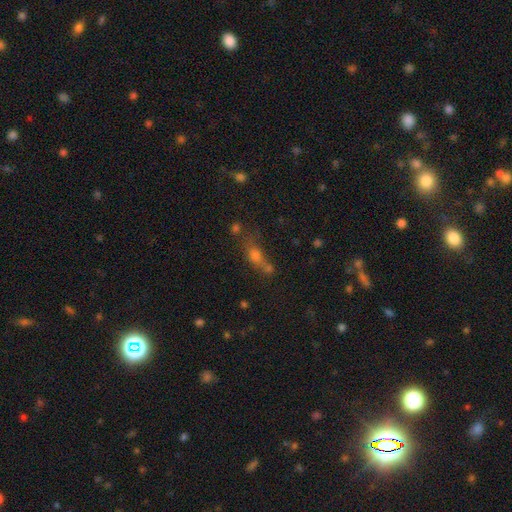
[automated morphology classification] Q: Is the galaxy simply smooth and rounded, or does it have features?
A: smooth — 55%.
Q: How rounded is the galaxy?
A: in between — 47%.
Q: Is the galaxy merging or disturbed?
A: none — 39%.